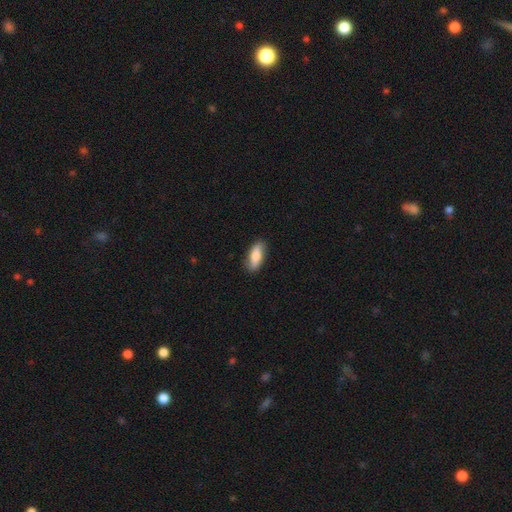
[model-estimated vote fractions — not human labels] Overall: smooth (73%). How rounded: in between (73%). Merging: none (85%).